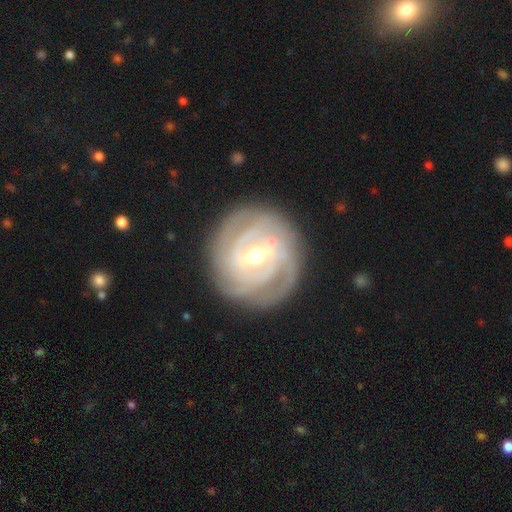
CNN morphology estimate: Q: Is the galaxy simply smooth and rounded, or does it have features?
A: featured or disk — 87%.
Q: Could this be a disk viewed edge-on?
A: no — 97%.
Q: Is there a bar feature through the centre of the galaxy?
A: weak — 47%.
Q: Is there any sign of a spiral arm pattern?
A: yes — 95%.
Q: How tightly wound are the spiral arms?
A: tight — 74%.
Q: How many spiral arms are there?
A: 3 — 29%.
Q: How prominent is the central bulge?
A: moderate — 69%.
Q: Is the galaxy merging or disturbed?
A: none — 84%.